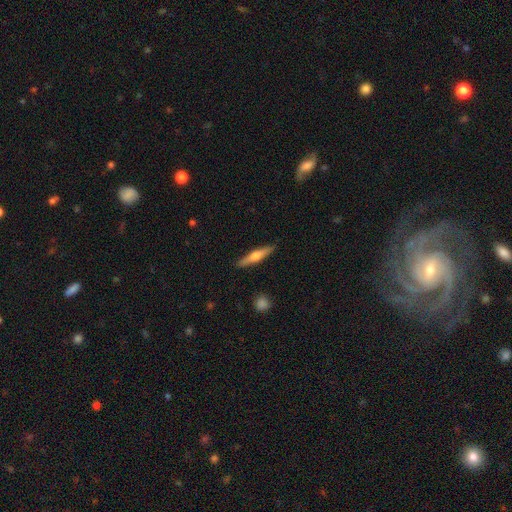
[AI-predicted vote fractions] This is possibly a featured or disk galaxy (48%). Merging: clearly none (90%).